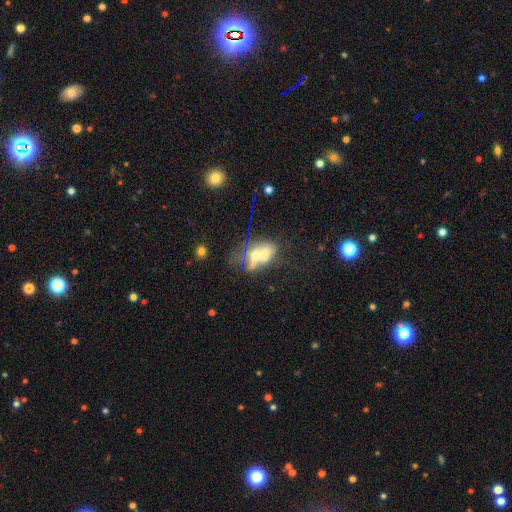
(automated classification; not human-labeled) Overall: smooth (41%; featured or disk 40%). Merging: merger (53%; none 26%).